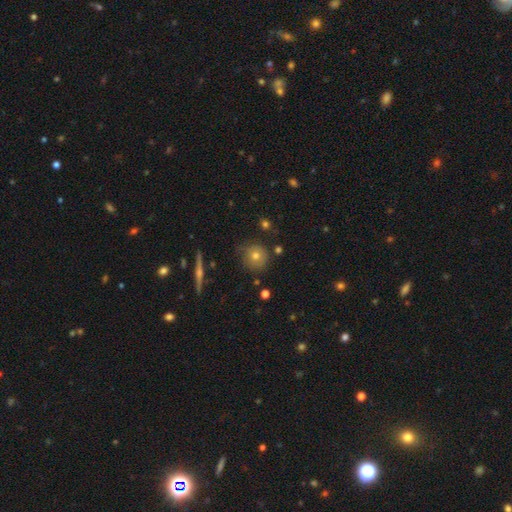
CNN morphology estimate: This is likely a smooth galaxy (61%). How rounded: clearly round (92%). Merging: clearly none (80%).